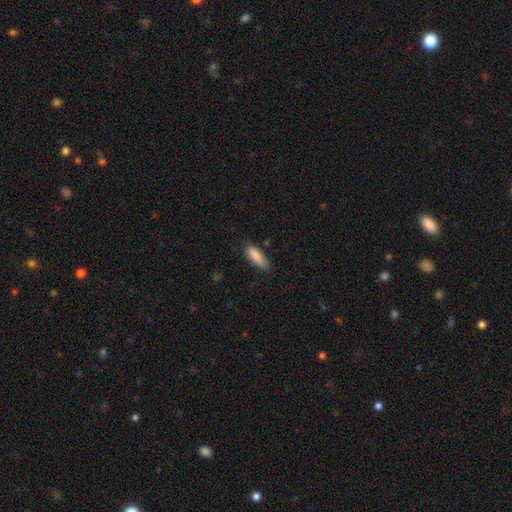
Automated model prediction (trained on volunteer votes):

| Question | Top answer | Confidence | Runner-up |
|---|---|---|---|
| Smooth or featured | smooth | 86% | featured or disk (7%) |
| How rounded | in between | 63% | cigar-shaped (36%) |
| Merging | none | 73% | minor disturbance (22%) |